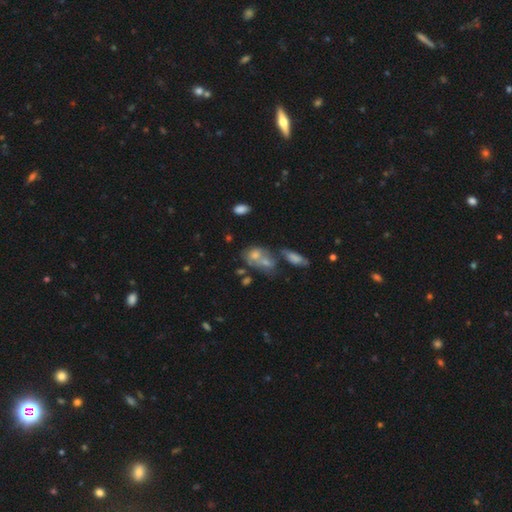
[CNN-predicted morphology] smooth 50%, featured or disk 29%, star or artifact 21%. Down the decision tree: how rounded — in between (63%); merging — merger (48%).